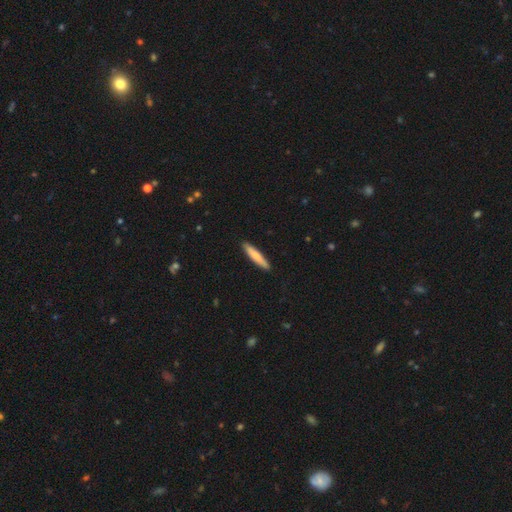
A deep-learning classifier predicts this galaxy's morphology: Smooth or featured?
  - smooth: 75% *
  - featured or disk: 20%
  - star or artifact: 5%
How rounded?
  - cigar-shaped: 90% *
  - in between: 8%
  - round: 1%
Merging?
  - none: 91% *
  - minor disturbance: 7%
  - major disturbance: 1%
  - merger: 1%